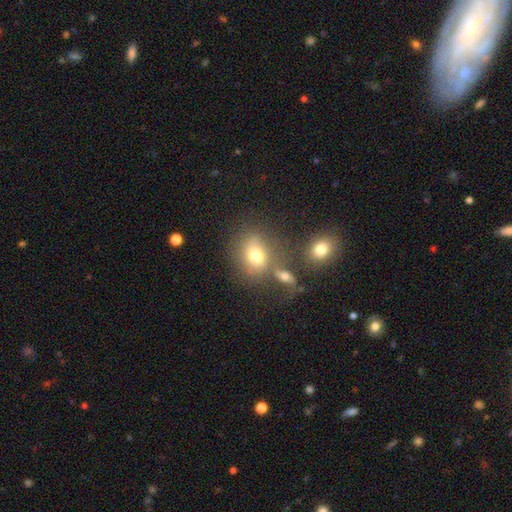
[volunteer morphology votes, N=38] smooth-or-featured: smooth: 76% | featured or disk: 16% | star or artifact: 8%
  how-rounded: in between: 55% | round: 45% | cigar-shaped: 0%
  merging: none: 57% | minor disturbance: 20% | merger: 17% | major disturbance: 6%